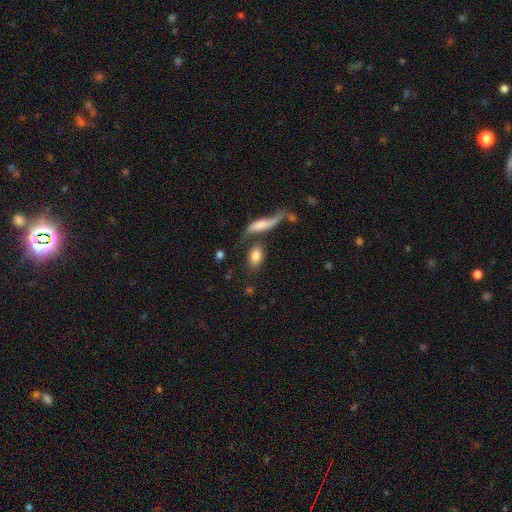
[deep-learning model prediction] This is likely a smooth galaxy (80%). How rounded: clearly in between (85%). Merging: possibly none (50%).